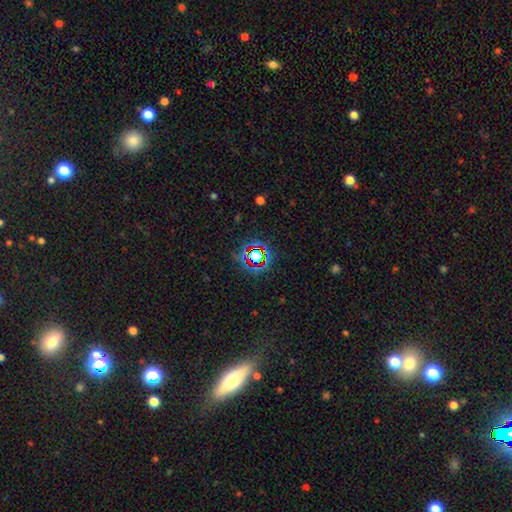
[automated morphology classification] star or artifact 70%, smooth 19%, featured or disk 11%.